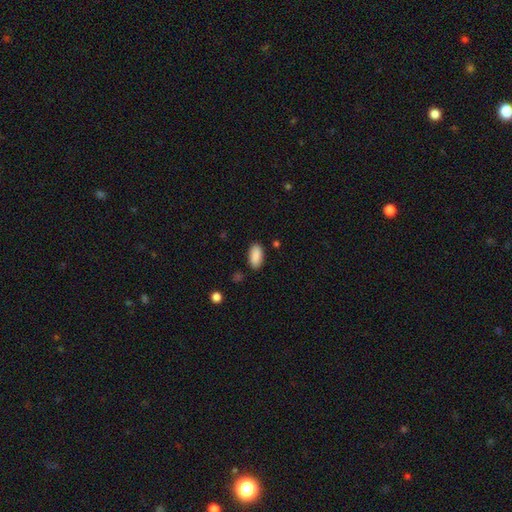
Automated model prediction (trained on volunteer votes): Smooth or featured? smooth (90%)
How rounded? in between (91%)
Merging? none (85%)